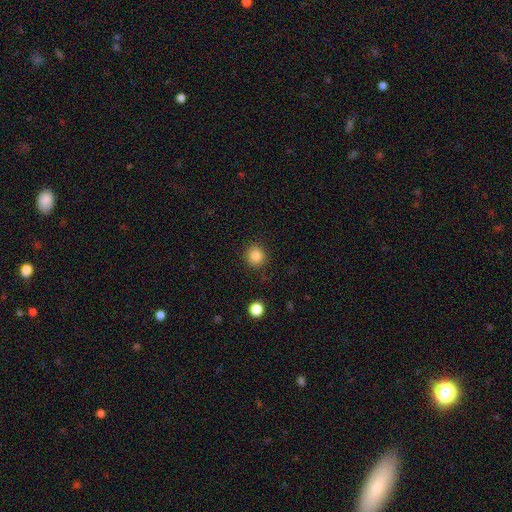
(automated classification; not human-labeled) smooth-or-featured: smooth: 85% | star or artifact: 11% | featured or disk: 4%
  how-rounded: round: 91% | in between: 8% | cigar-shaped: 1%
  merging: none: 89% | minor disturbance: 7% | major disturbance: 3% | merger: 2%